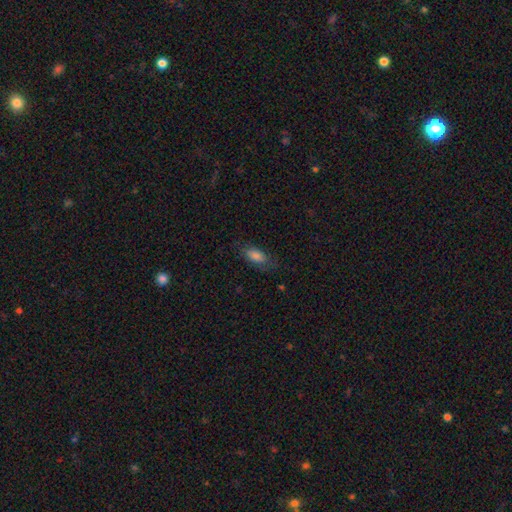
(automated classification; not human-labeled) Smooth or featured? Predicted: smooth (p=0.81). How rounded? Predicted: in between (p=0.83). Merging? Predicted: none (p=0.74).